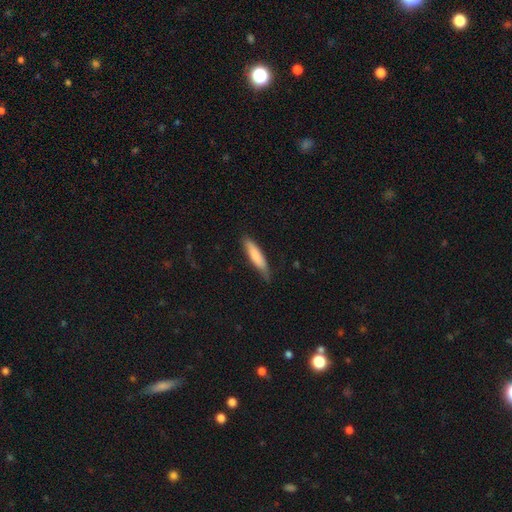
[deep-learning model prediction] Smooth or featured? smooth (79%)
How rounded? cigar-shaped (79%)
Merging? none (73%)